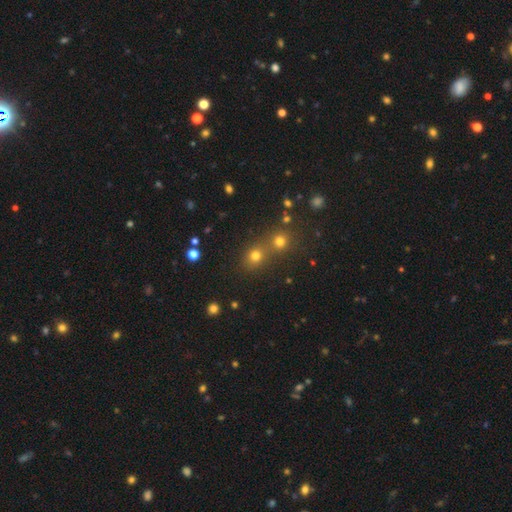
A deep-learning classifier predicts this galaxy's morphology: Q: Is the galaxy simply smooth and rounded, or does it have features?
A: smooth — 64%.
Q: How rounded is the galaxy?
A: round — 82%.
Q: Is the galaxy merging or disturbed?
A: none — 56%.